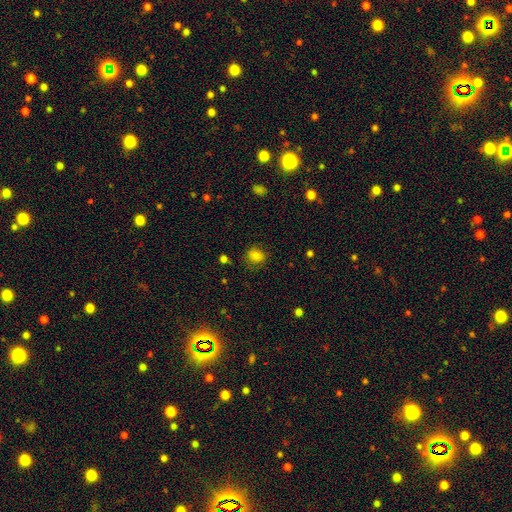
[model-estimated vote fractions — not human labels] Overall: smooth (81%). How rounded: round (64%; in between 35%). Merging: none (78%).